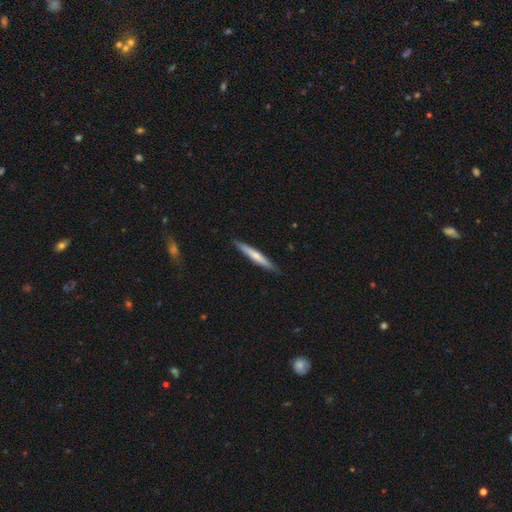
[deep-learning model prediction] Smooth or featured: smooth — 60% (featured or disk — 35%)
How rounded: cigar-shaped — 95% (in between — 4%)
Merging: none — 88% (minor disturbance — 10%)